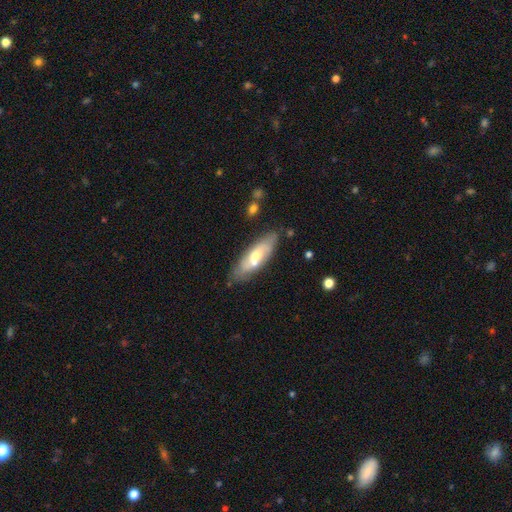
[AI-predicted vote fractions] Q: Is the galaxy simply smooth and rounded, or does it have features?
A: featured or disk — 48%.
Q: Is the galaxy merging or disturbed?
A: none — 70%.